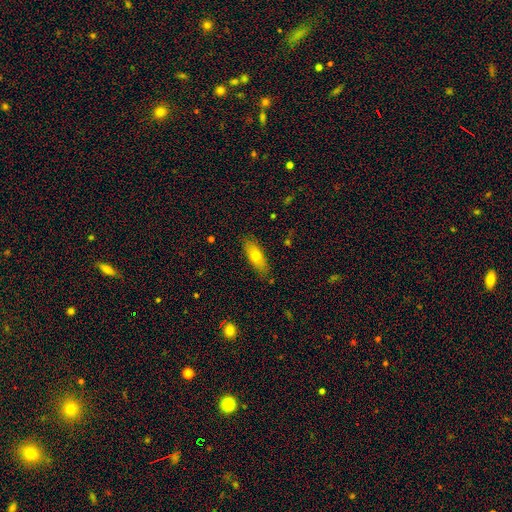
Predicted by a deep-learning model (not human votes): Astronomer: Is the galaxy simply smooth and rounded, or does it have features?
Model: smooth — 69%.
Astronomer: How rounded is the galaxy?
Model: in between — 63%.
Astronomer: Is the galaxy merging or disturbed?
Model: none — 84%.